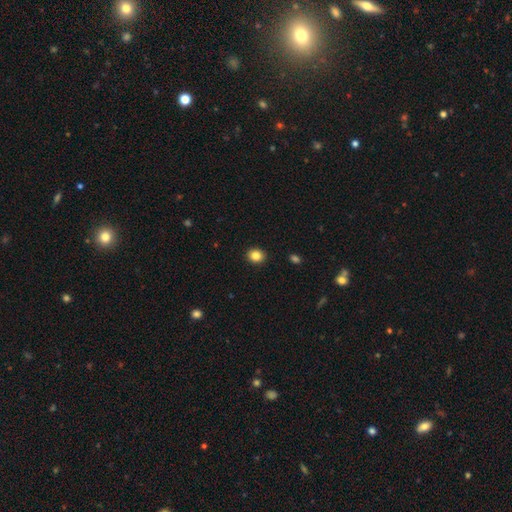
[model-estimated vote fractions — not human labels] Smooth or featured?
  - smooth: 85% *
  - star or artifact: 10%
  - featured or disk: 5%
How rounded?
  - round: 69% *
  - in between: 30%
  - cigar-shaped: 1%
Merging?
  - none: 92% *
  - minor disturbance: 6%
  - major disturbance: 2%
  - merger: 1%